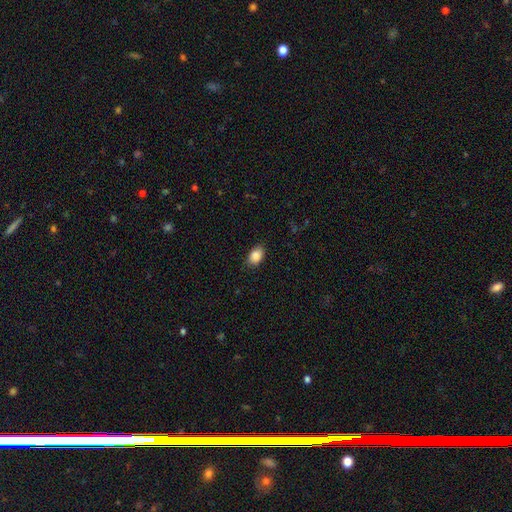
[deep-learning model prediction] smooth_or_featured: smooth (p=0.88) [alt: star or artifact p=0.08]
how_rounded: in between (p=0.84) [alt: round p=0.15]
merging: none (p=0.85) [alt: minor disturbance p=0.12]